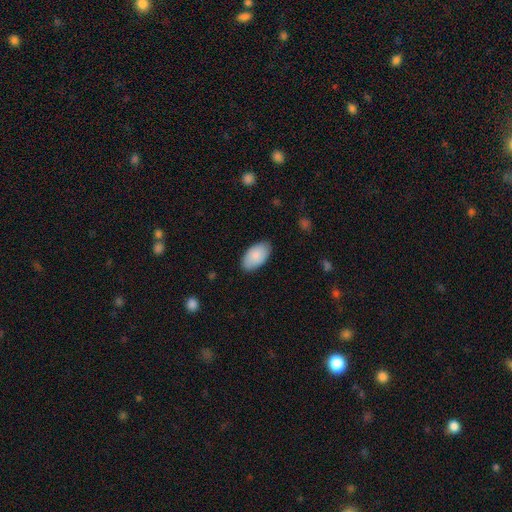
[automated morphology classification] Overall: smooth (87%). How rounded: in between (96%). Merging: none (85%).